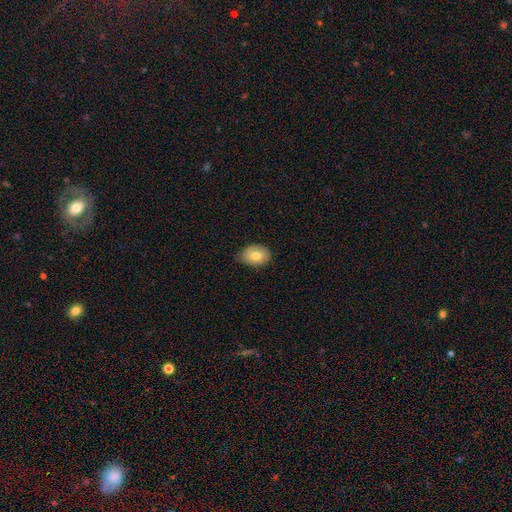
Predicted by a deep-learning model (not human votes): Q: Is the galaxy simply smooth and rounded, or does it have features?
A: smooth — 76%.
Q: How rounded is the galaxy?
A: in between — 78%.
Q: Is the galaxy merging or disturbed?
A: none — 69%.